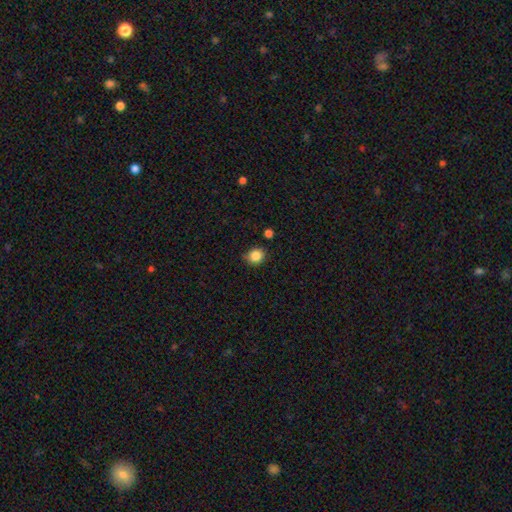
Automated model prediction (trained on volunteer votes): smooth 85%, star or artifact 10%, featured or disk 4%. Down the decision tree: how rounded — round (76%); merging — none (80%).